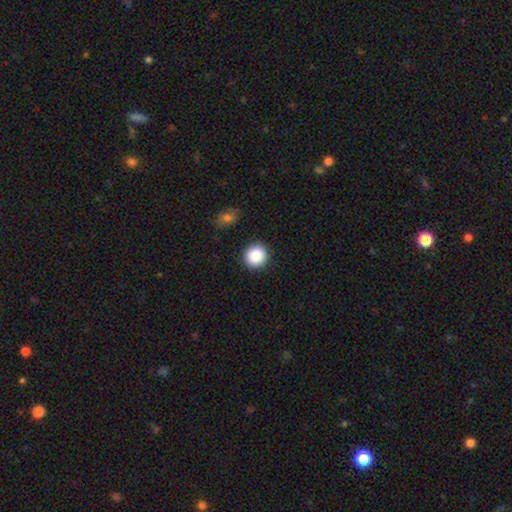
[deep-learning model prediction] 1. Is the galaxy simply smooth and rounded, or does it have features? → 88% smooth, 8% star or artifact, 3% featured or disk.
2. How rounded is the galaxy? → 93% round, 6% in between, 1% cigar-shaped.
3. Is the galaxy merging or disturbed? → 91% none, 6% minor disturbance, 2% major disturbance, 2% merger.